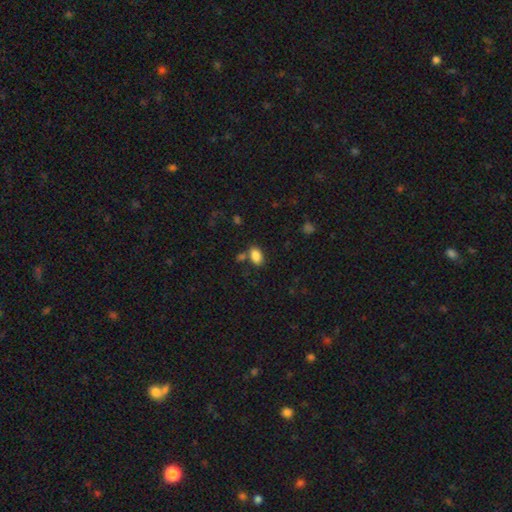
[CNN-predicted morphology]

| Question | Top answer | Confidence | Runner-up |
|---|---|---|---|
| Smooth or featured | smooth | 86% | star or artifact (9%) |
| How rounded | in between | 91% | round (7%) |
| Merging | none | 67% | merger (16%) |